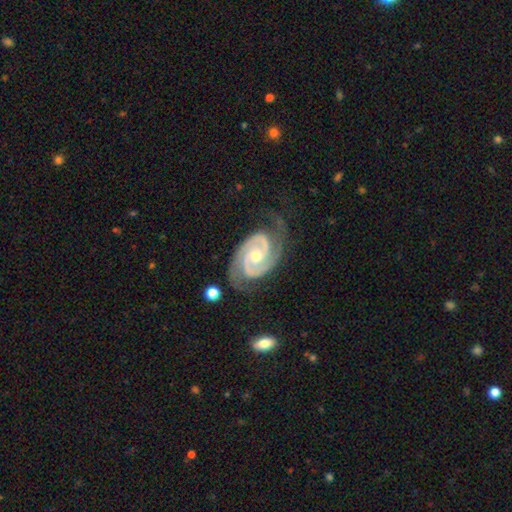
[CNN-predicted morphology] A featured or disk galaxy (94%) with no bar (61%), 2 (91%) tight (60%) spiral arms (99%) and a moderate central bulge (56%). Merging: none (72%).